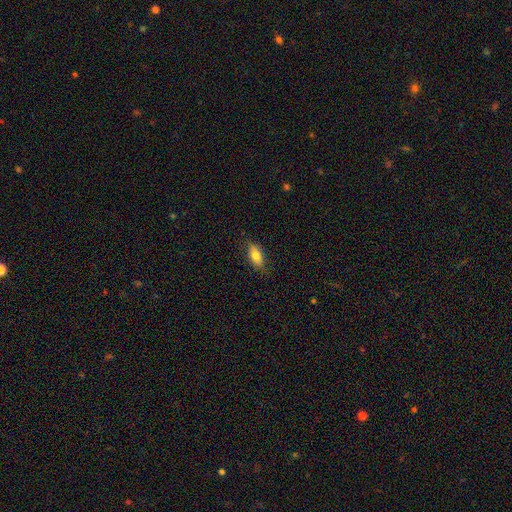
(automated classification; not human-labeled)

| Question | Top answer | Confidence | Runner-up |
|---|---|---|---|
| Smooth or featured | smooth | 76% | featured or disk (17%) |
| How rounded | in between | 86% | cigar-shaped (10%) |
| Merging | none | 81% | minor disturbance (15%) |